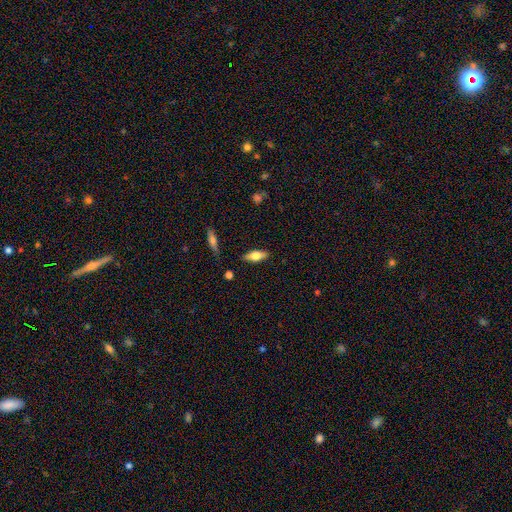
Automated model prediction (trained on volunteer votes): This appears to be a smooth galaxy with no disk features (63%) that is in between round and cigar-shaped (70%). Merging: none (85%).